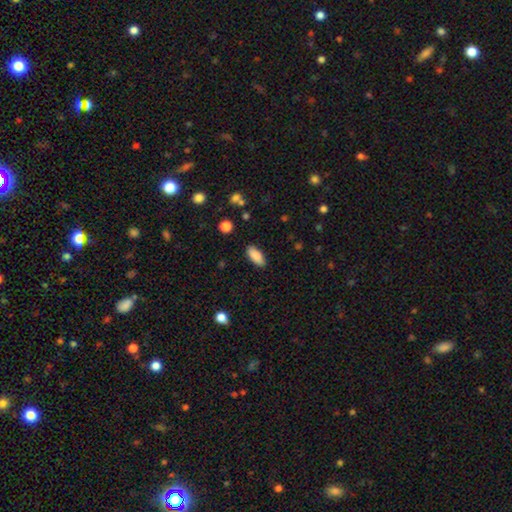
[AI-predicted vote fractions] Q: Smooth or featured?
A: smooth (87%); runner-up: star or artifact (7%)
Q: How rounded?
A: in between (83%); runner-up: cigar-shaped (15%)
Q: Merging?
A: none (87%); runner-up: minor disturbance (9%)